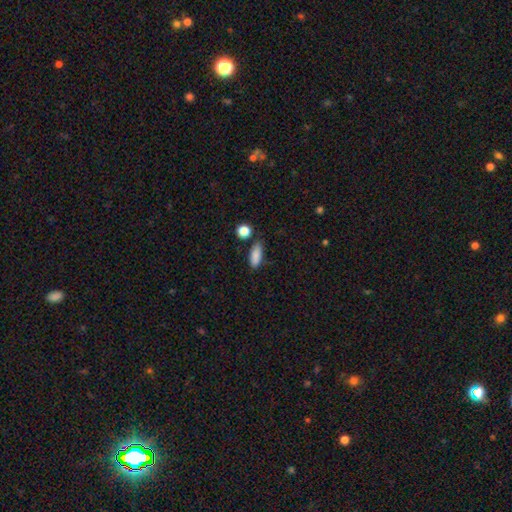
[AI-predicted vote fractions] Smooth or featured: smooth — 87% (star or artifact — 8%)
How rounded: in between — 75% (cigar-shaped — 21%)
Merging: none — 76% (minor disturbance — 15%)